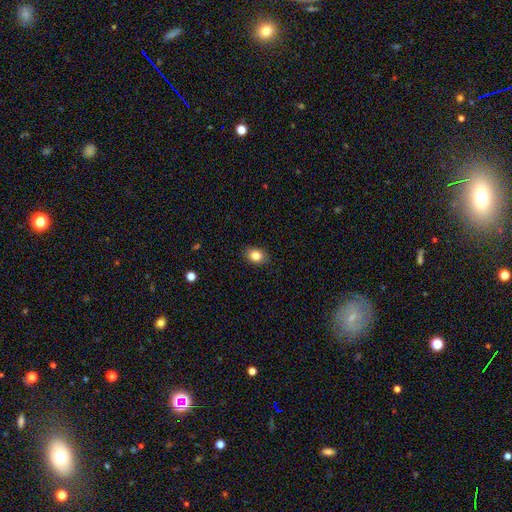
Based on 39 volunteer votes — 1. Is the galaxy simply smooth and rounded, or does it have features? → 87% smooth, 8% star or artifact, 5% featured or disk.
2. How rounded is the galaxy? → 68% in between, 32% round, 0% cigar-shaped.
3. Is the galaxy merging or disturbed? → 97% none, 3% major disturbance, 0% minor disturbance, 0% merger.